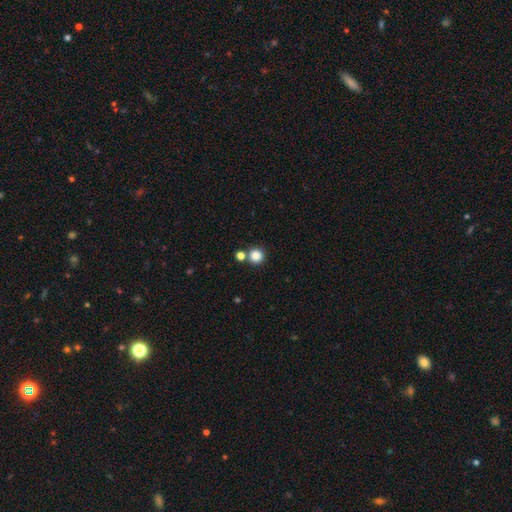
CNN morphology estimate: Smooth or featured? smooth (84%)
How rounded? round (94%)
Merging? none (75%)